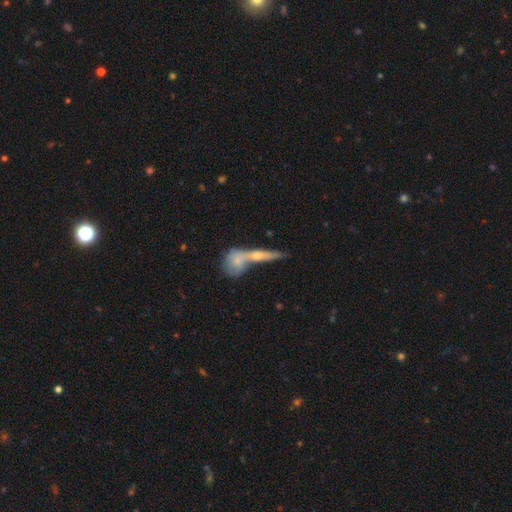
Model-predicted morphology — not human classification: This is possibly a featured or disk galaxy (49%). Merging: possibly merger (48%).